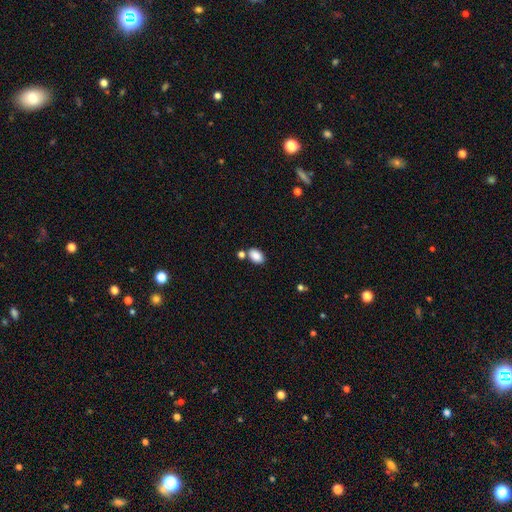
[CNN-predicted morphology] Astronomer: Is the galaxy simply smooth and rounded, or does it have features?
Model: smooth — 88%.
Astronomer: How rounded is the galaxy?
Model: in between — 88%.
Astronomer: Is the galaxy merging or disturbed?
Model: none — 70%.